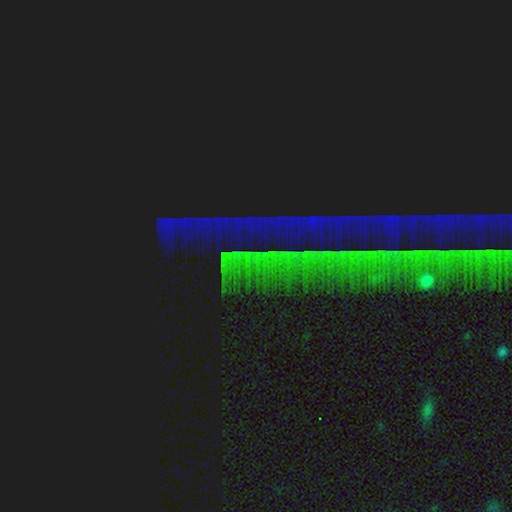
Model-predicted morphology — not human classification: smooth_or_featured: star or artifact (p=0.85) [alt: featured or disk p=0.08]